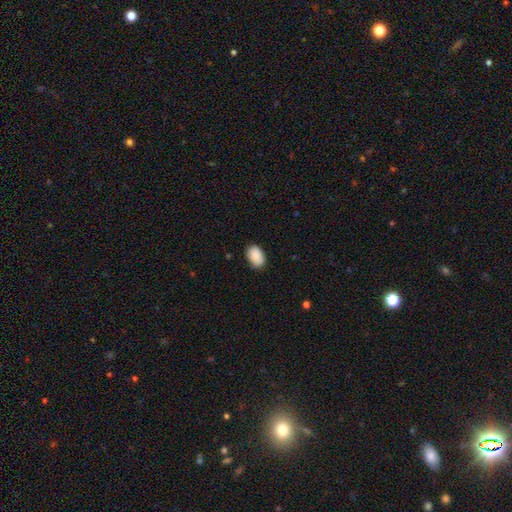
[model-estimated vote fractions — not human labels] Smooth or featured?
  - smooth: 89% *
  - star or artifact: 6%
  - featured or disk: 4%
How rounded?
  - in between: 88% *
  - round: 11%
  - cigar-shaped: 1%
Merging?
  - none: 84% *
  - minor disturbance: 13%
  - major disturbance: 2%
  - merger: 1%